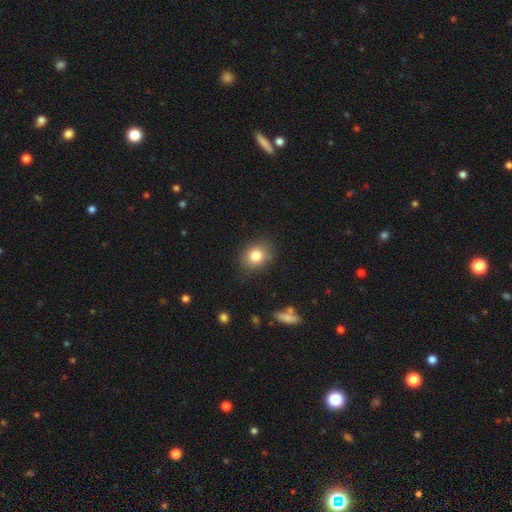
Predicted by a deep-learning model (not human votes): A smooth galaxy with no disk features (81%) that is round (57%). Merging: none (82%).